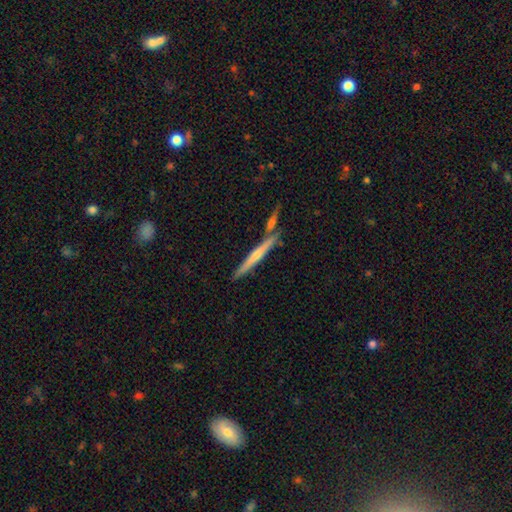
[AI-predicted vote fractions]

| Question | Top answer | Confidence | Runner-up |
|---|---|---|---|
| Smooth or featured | featured or disk | 69% | smooth (24%) |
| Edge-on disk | yes | 97% | no (3%) |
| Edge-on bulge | rounded | 68% | none (25%) |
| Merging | none | 80% | minor disturbance (10%) |